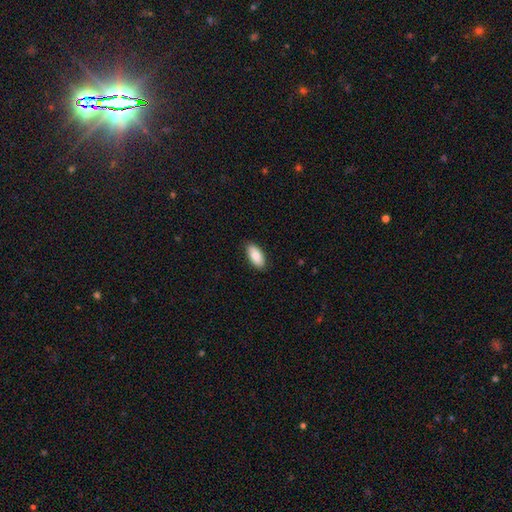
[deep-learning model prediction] Smooth or featured: smooth — 85% (featured or disk — 9%)
How rounded: in between — 91% (cigar-shaped — 7%)
Merging: none — 88% (minor disturbance — 9%)